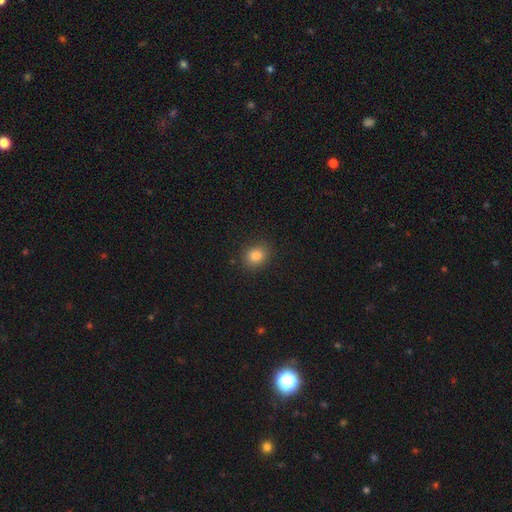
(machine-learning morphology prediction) smooth-or-featured: smooth: 83% | star or artifact: 12% | featured or disk: 5%
  how-rounded: round: 67% | in between: 32% | cigar-shaped: 1%
  merging: none: 88% | minor disturbance: 9% | major disturbance: 3% | merger: 1%